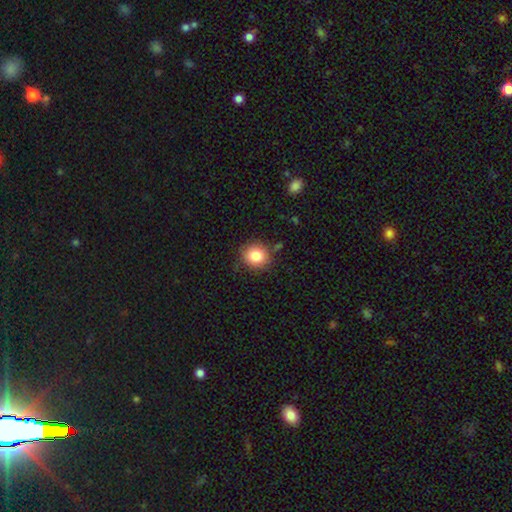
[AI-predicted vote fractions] Smooth or featured?
  - smooth: 82% *
  - star or artifact: 10%
  - featured or disk: 7%
How rounded?
  - round: 85% *
  - in between: 14%
  - cigar-shaped: 1%
Merging?
  - none: 83% *
  - minor disturbance: 11%
  - major disturbance: 3%
  - merger: 3%